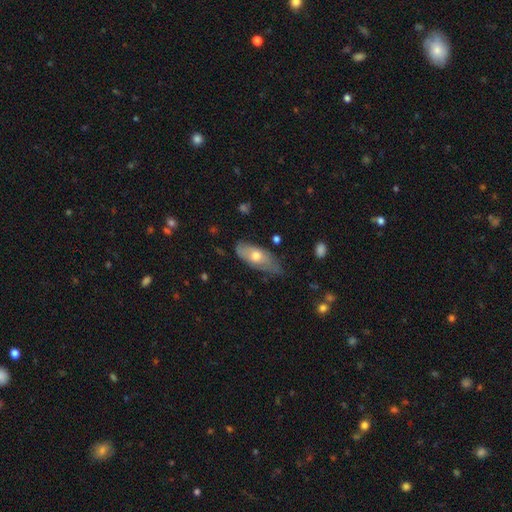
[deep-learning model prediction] Smooth or featured? smooth (57%)
How rounded? in between (79%)
Merging? none (60%)